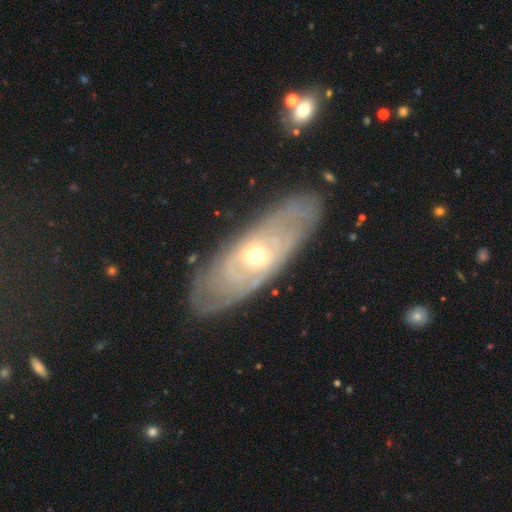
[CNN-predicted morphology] This is likely a featured or disk galaxy (78%). It is clearly not viewed edge-on (84%). Bar: likely no (71%). Spiral arm pattern: likely yes (75%). Central bulge: possibly moderate (54%). Merging: clearly none (81%).